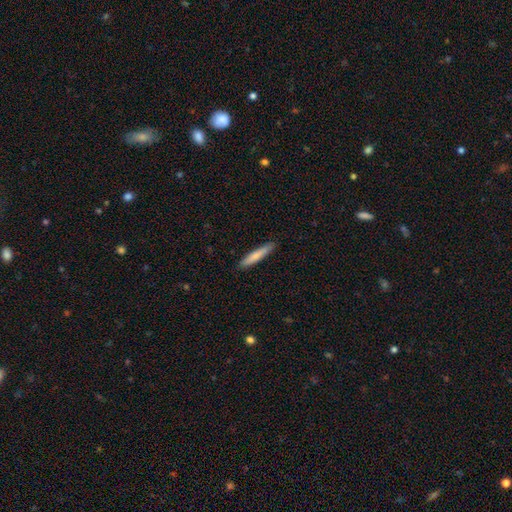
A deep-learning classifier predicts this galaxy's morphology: smooth 76%, featured or disk 19%, star or artifact 6%. Down the decision tree: how rounded — cigar-shaped (92%); merging — none (89%).